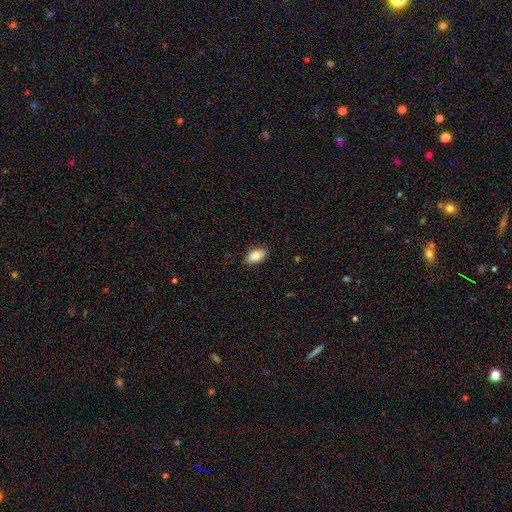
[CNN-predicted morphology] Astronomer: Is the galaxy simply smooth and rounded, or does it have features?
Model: smooth — 82%.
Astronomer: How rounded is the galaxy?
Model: in between — 92%.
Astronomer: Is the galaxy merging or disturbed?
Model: none — 86%.